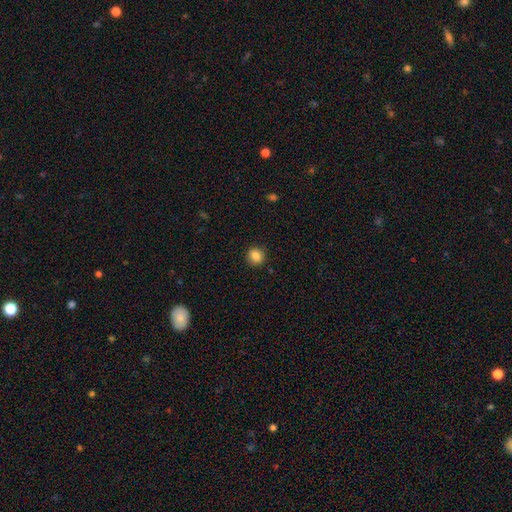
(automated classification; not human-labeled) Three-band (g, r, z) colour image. It shows a smooth galaxy with no disk features (86%) that is round (86%). Merging: none (90%).